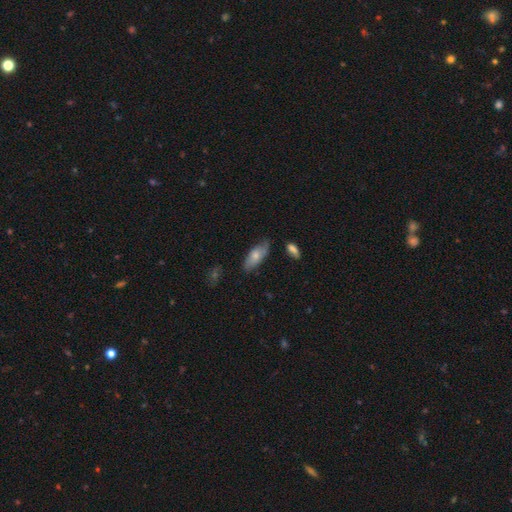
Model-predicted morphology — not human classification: The model was most divided on "smooth or featured": smooth: 68%, featured or disk: 25%, star or artifact: 6%. More confident: how rounded — in between (75%); merging — none (72%).